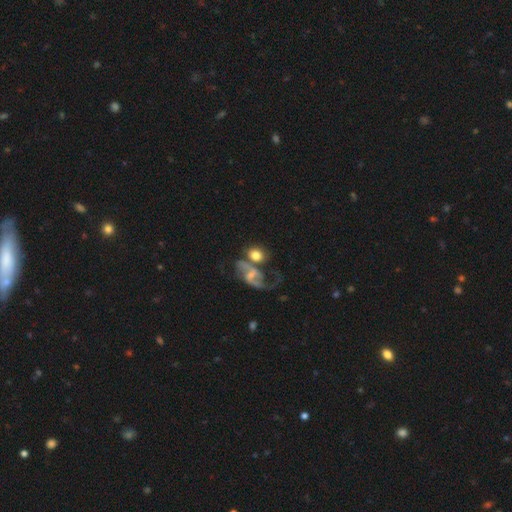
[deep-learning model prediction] smooth-or-featured: smooth: 56% | featured or disk: 35% | star or artifact: 9%
  how-rounded: round: 53% | in between: 44% | cigar-shaped: 2%
  merging: none: 39% | merger: 36% | minor disturbance: 14% | major disturbance: 12%